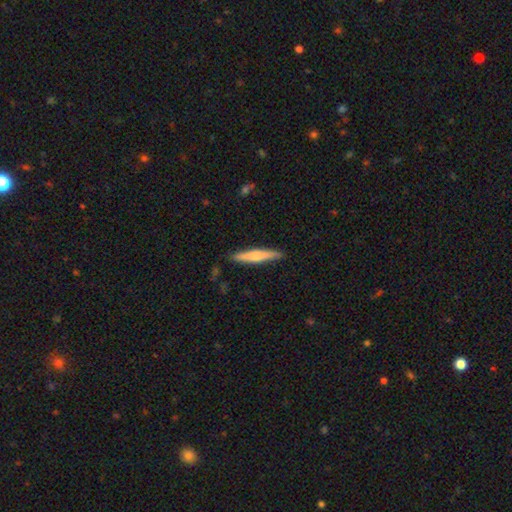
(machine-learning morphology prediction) A smooth galaxy with no disk features (56%) that is cigar-shaped (91%).

Vote fractions:
- Smooth or featured? smooth: 56% / featured or disk: 39% / star or artifact: 5%
- How rounded? cigar-shaped: 91% / in between: 7% / round: 1%
- Merging? none: 88% / minor disturbance: 9% / major disturbance: 2% / merger: 1%